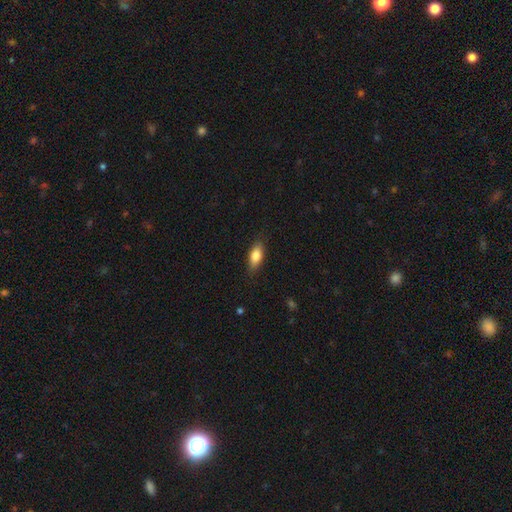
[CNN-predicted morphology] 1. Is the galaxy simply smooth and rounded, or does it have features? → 80% smooth, 13% featured or disk, 7% star or artifact.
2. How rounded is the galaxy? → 80% in between, 16% cigar-shaped, 3% round.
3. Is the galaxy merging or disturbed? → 84% none, 12% minor disturbance, 3% major disturbance, 1% merger.